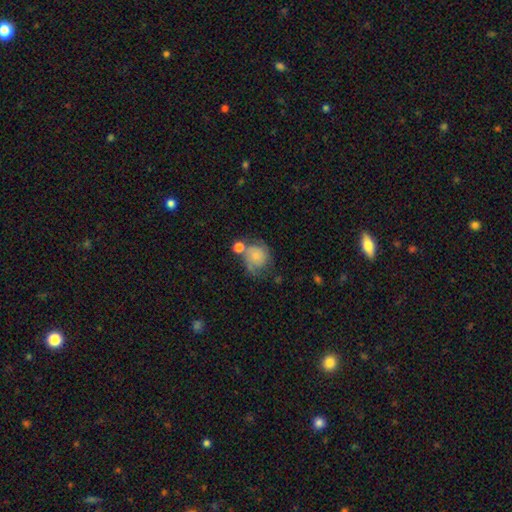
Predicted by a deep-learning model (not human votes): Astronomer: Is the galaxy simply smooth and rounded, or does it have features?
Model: featured or disk — 51% (runner-up: smooth, 41%).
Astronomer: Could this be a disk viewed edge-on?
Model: no — 98%.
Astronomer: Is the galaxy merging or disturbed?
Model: none — 43% (runner-up: merger, 22%).